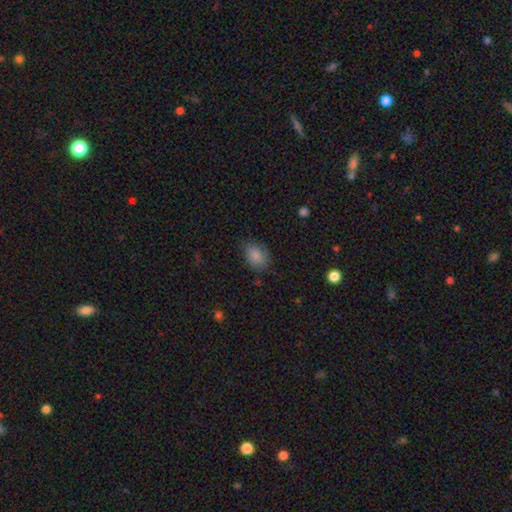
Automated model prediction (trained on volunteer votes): The model was most divided on "how rounded": in between: 73%, round: 26%, cigar-shaped: 1%. More confident: smooth or featured — smooth (85%); merging — none (72%).